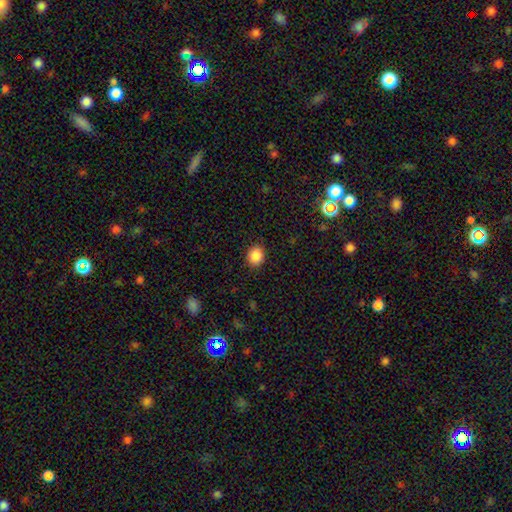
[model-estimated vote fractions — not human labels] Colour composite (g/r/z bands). It shows a smooth galaxy with no disk features (88%) that is round (69%). Merging: none (88%).